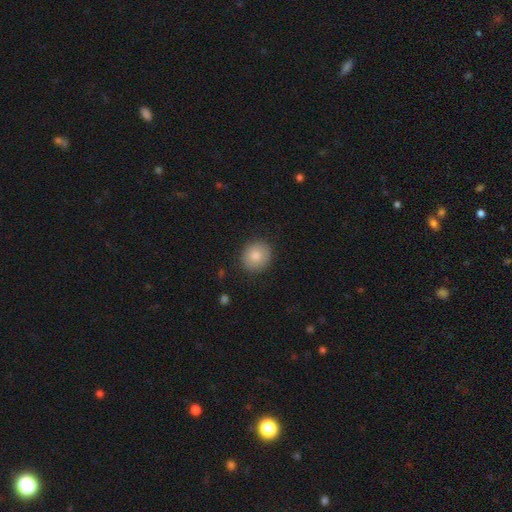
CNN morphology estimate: Overall: smooth (83%). How rounded: round (82%). Merging: none (88%).